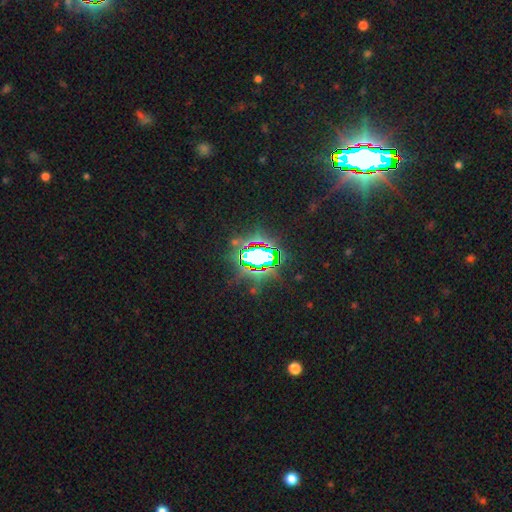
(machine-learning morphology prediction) Smooth or featured: star or artifact — 83% (smooth — 9%)